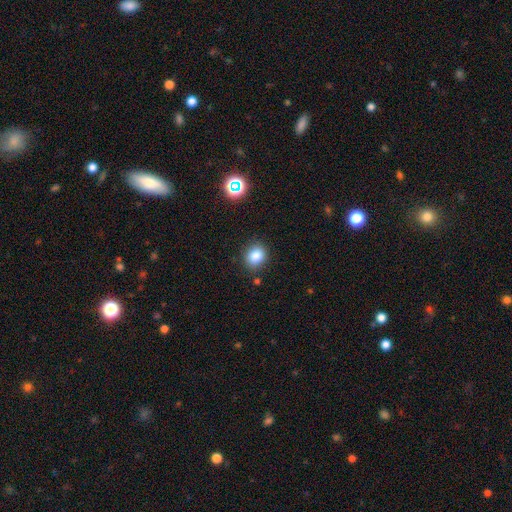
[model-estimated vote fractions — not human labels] Smooth or featured? smooth (83%)
How rounded? round (66%)
Merging? none (85%)